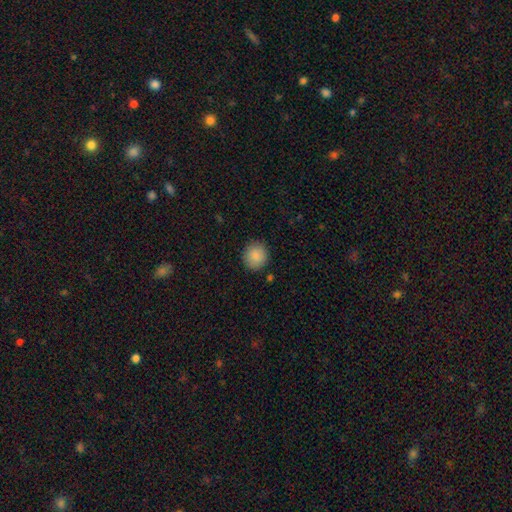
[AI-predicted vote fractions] This is clearly a smooth galaxy (89%). How rounded: clearly round (90%). Merging: clearly none (89%).